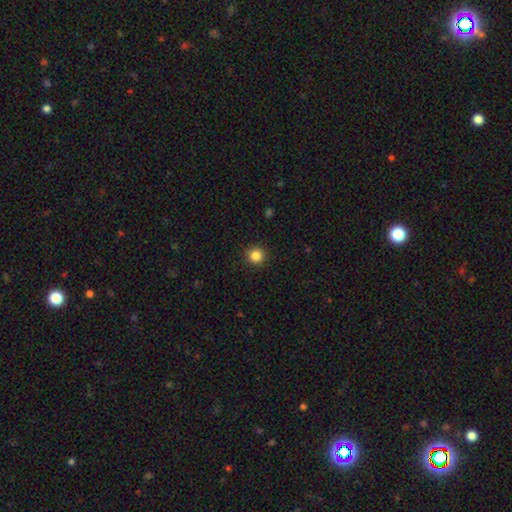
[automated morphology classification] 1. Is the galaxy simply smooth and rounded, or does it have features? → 85% smooth, 11% star or artifact, 4% featured or disk.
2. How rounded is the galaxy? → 95% round, 4% in between, 1% cigar-shaped.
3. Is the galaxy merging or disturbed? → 92% none, 5% minor disturbance, 2% major disturbance, 1% merger.